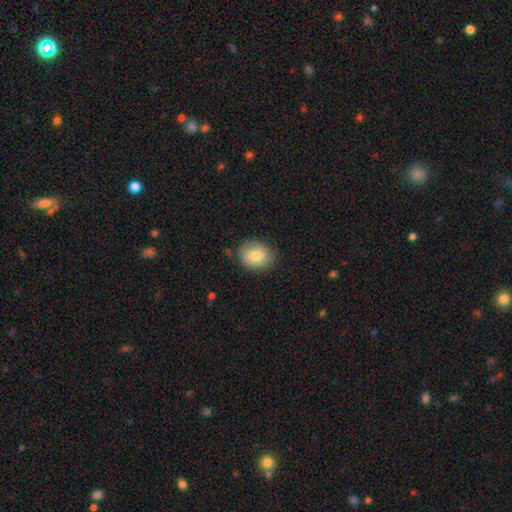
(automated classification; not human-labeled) The model was most divided on "how rounded": round: 55%, in between: 45%, cigar-shaped: 1%. More confident: merging — none (78%); smooth or featured — smooth (76%).